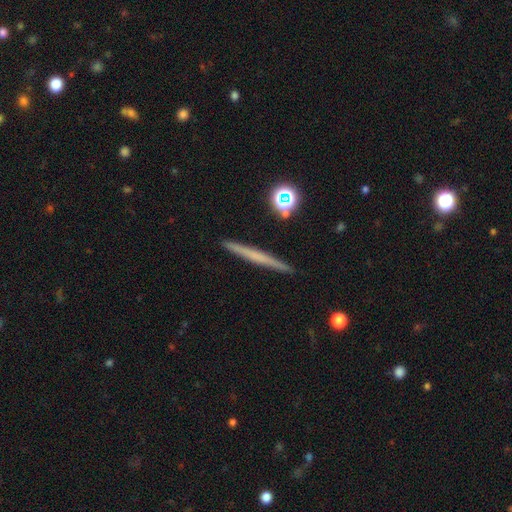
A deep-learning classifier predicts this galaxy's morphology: Smooth or featured?
  - featured or disk: 50% *
  - smooth: 42%
  - star or artifact: 8%
Edge-on disk?
  - yes: 97% *
  - no: 3%
Merging?
  - none: 92% *
  - minor disturbance: 6%
  - merger: 1%
  - major disturbance: 1%